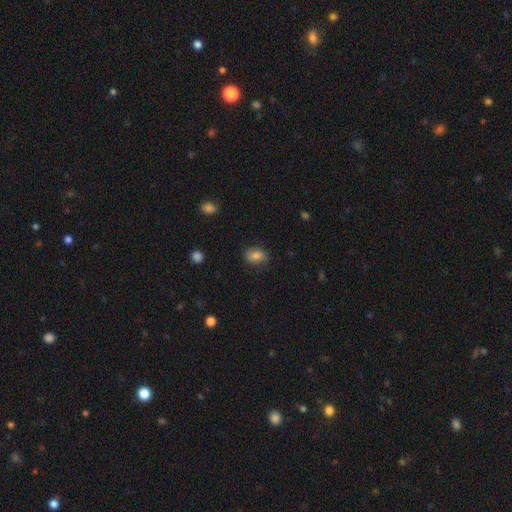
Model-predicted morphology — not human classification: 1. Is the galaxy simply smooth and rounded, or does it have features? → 76% smooth, 15% featured or disk, 9% star or artifact.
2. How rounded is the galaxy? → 71% in between, 27% round, 2% cigar-shaped.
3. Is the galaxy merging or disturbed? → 79% none, 16% minor disturbance, 4% major disturbance, 1% merger.